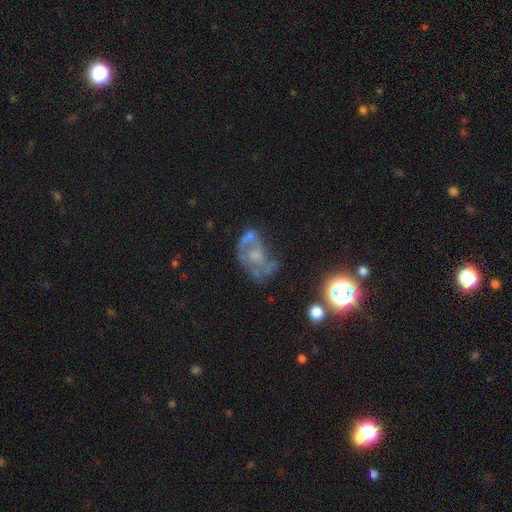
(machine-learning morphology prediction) Smooth or featured? Predicted: featured or disk (p=0.63). Edge-on disk? Predicted: no (p=0.97). Bar? Predicted: no (p=0.78). Spiral arms? Predicted: no (p=0.53). Bulge size? Predicted: moderate (p=0.32, tied with small). Merging? Predicted: none (p=0.35).